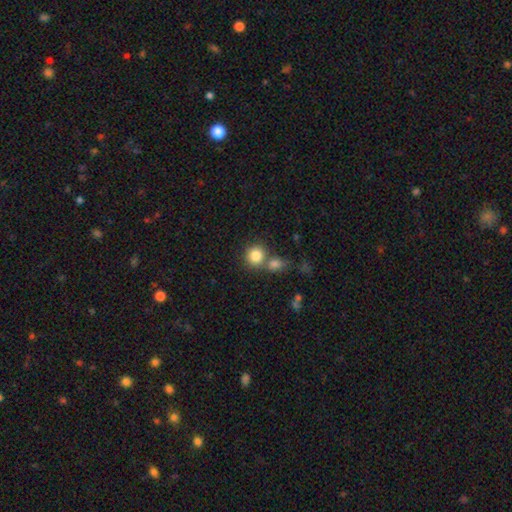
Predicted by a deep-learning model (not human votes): This is clearly a smooth galaxy (83%). How rounded: clearly round (88%). Merging: possibly none (57%).